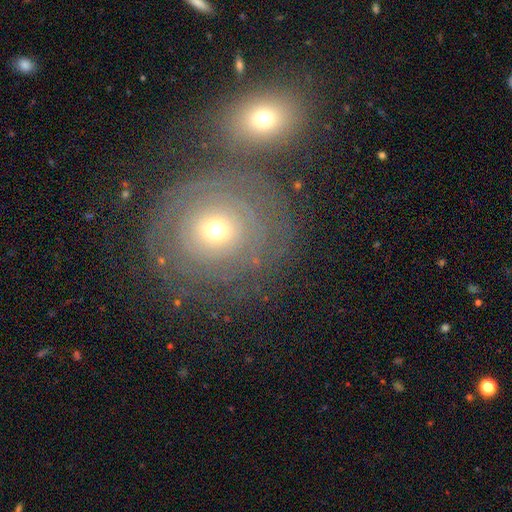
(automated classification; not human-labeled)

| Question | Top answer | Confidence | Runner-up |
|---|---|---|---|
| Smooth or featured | featured or disk | 60% | smooth (27%) |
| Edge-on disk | no | 96% | yes (4%) |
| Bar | no | 84% | weak (12%) |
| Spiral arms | yes | 71% | no (29%) |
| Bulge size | moderate | 52% | small (40%) |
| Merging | none | 69% | merger (15%) |